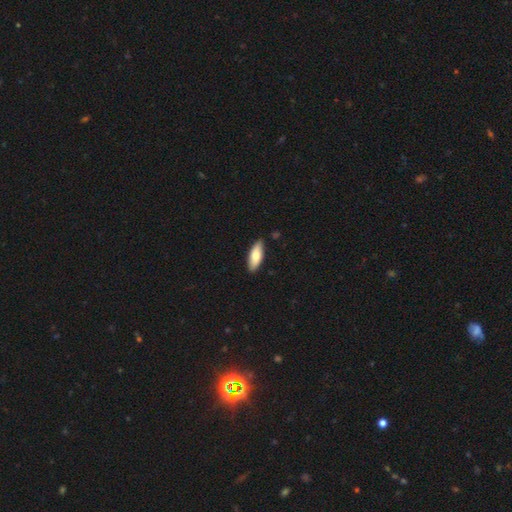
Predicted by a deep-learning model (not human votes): Q: Smooth or featured?
A: smooth (75%); runner-up: featured or disk (19%)
Q: How rounded?
A: in between (72%); runner-up: cigar-shaped (26%)
Q: Merging?
A: none (87%); runner-up: minor disturbance (10%)